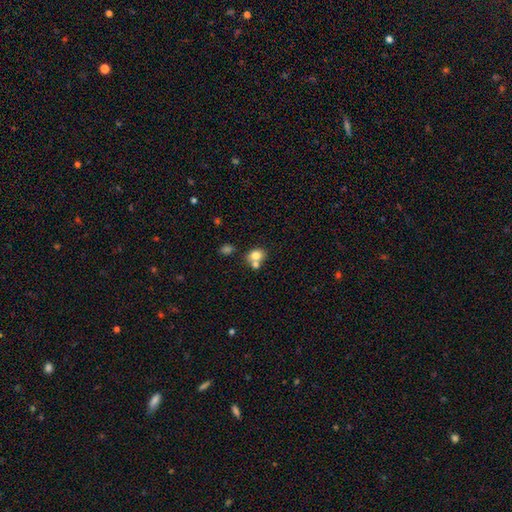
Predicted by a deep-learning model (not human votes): Smooth or featured: smooth — 76% (featured or disk — 13%)
How rounded: round — 55% (in between — 44%)
Merging: merger — 47% (none — 40%)